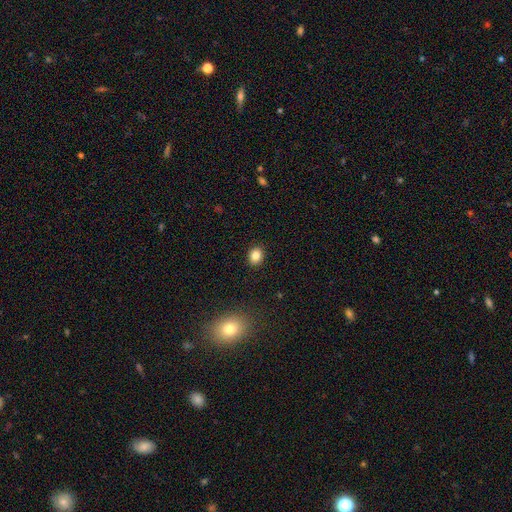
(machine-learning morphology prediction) The model was most divided on "how rounded": round: 55%, in between: 44%, cigar-shaped: 1%. More confident: merging — none (90%); smooth or featured — smooth (84%).